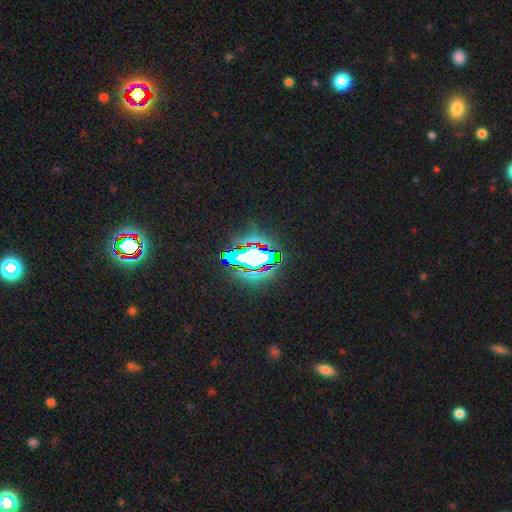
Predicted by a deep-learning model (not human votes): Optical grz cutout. It shows a star or artifact, not a galaxy (63%).